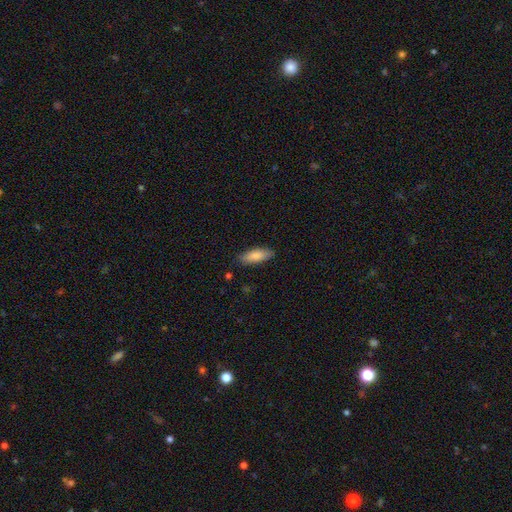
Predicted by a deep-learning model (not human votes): This is clearly a smooth galaxy (85%). How rounded: likely in between (67%). Merging: clearly none (85%).